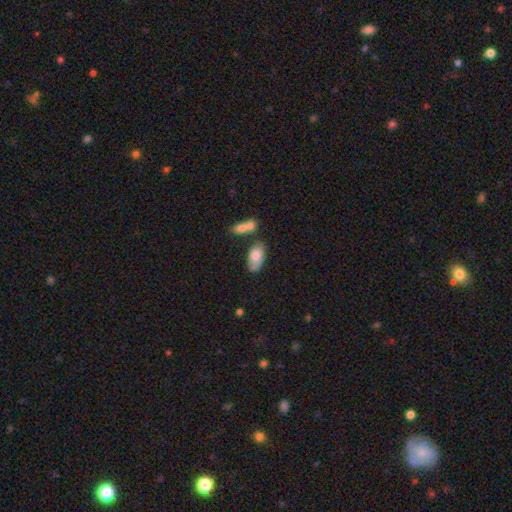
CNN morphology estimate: smooth-or-featured: smooth: 74% | featured or disk: 20% | star or artifact: 6%
  how-rounded: in between: 93% | round: 4% | cigar-shaped: 3%
  merging: none: 53% | minor disturbance: 21% | merger: 20% | major disturbance: 6%